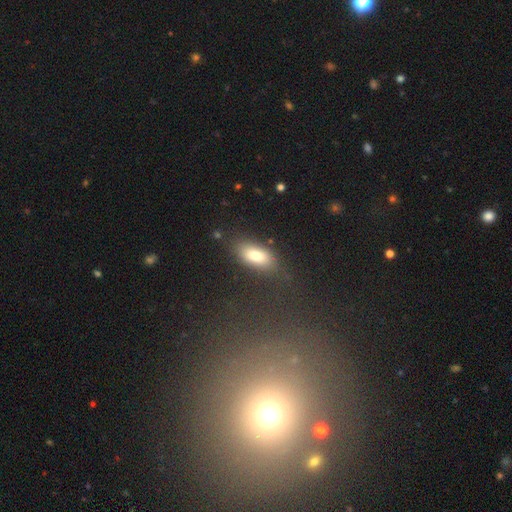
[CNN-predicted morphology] A smooth galaxy with no disk features (79%) that is in between round and cigar-shaped (86%).

Vote fractions:
- Smooth or featured? smooth: 79% / featured or disk: 12% / star or artifact: 8%
- How rounded? in between: 86% / cigar-shaped: 10% / round: 4%
- Merging? none: 77% / minor disturbance: 15% / major disturbance: 5% / merger: 3%